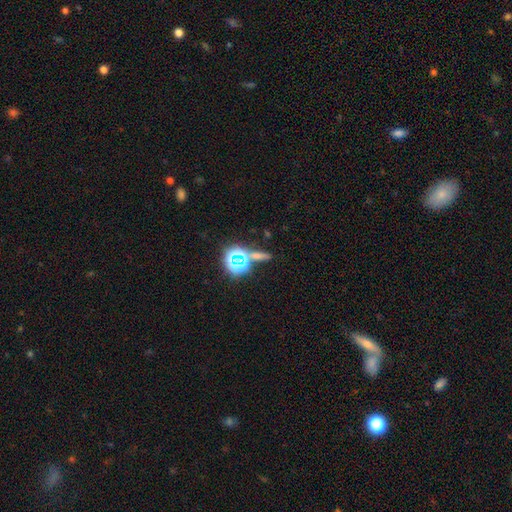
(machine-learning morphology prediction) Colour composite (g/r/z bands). It shows a star or artifact, not a galaxy (58%).